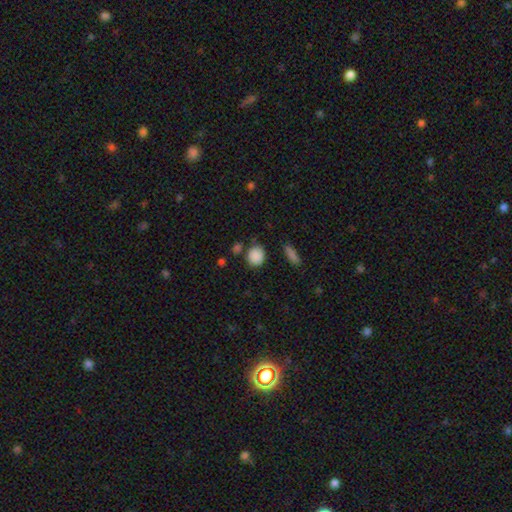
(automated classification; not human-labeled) smooth_or_featured: smooth (p=0.87) [alt: star or artifact p=0.09]
how_rounded: round (p=0.78) [alt: in between p=0.21]
merging: none (p=0.76) [alt: minor disturbance p=0.14]